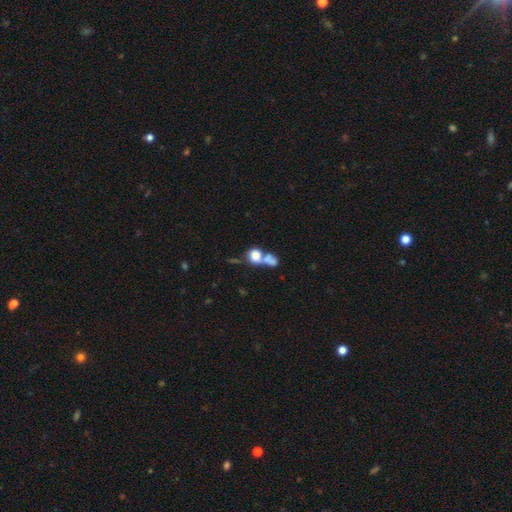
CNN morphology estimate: Smooth or featured?
  - smooth: 72% *
  - featured or disk: 17%
  - star or artifact: 11%
How rounded?
  - round: 60% *
  - in between: 36%
  - cigar-shaped: 3%
Merging?
  - merger: 64% *
  - none: 21%
  - major disturbance: 8%
  - minor disturbance: 7%